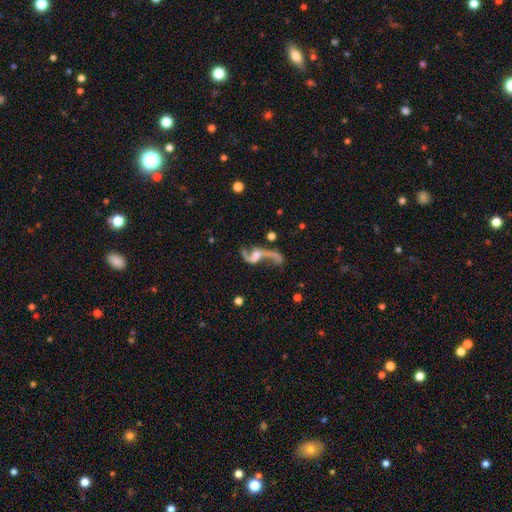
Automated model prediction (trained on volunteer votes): This appears to be a featured or disk galaxy (87%) with no bar (45%), 2 (91%) loose (90%) spiral arms (94%) and a moderate central bulge (37%). Merging: none (52%).